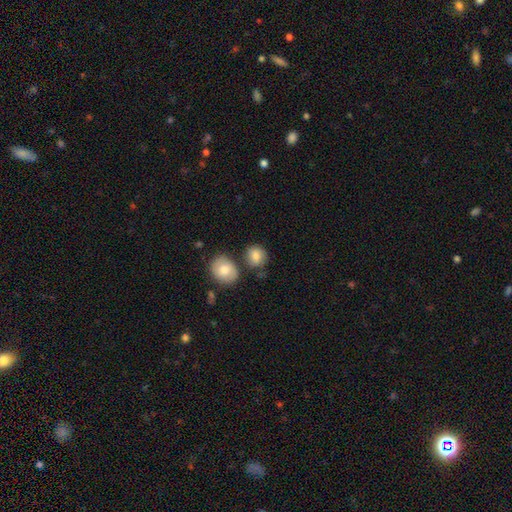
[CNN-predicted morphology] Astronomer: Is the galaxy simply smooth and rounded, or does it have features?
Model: smooth — 82%.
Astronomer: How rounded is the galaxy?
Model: round — 70%.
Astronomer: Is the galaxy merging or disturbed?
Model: none — 63%.